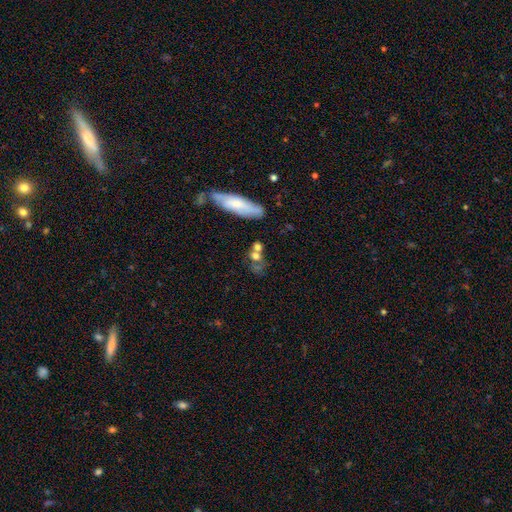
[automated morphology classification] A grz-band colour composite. It shows a smooth galaxy with no disk features (59%) that is in between round and cigar-shaped (44%). Merging: none (40%).